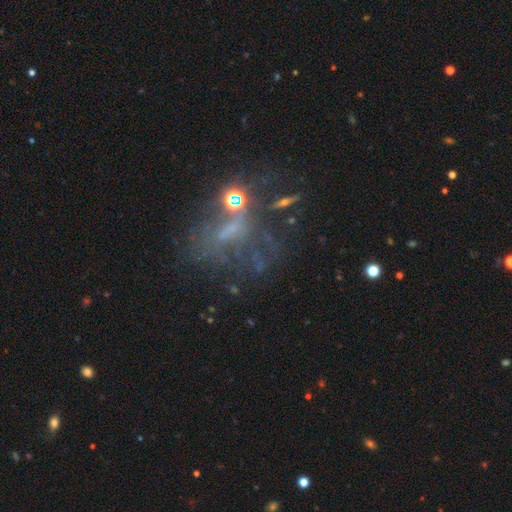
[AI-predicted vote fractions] This appears to be a featured or disk galaxy (44%). Merging: none (36%).